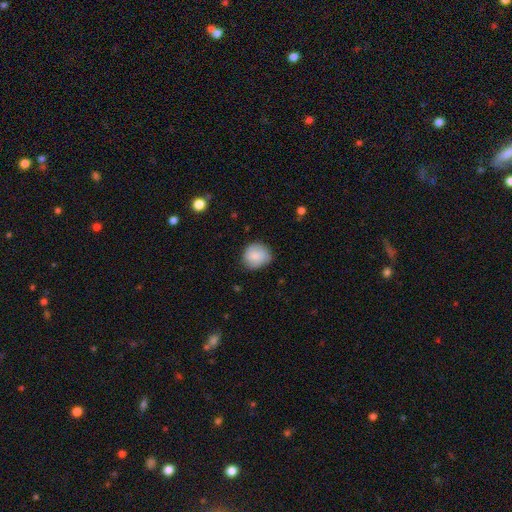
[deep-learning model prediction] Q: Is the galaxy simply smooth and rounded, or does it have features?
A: smooth — 72%.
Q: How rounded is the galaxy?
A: round — 78%.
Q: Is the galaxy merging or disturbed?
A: none — 74%.